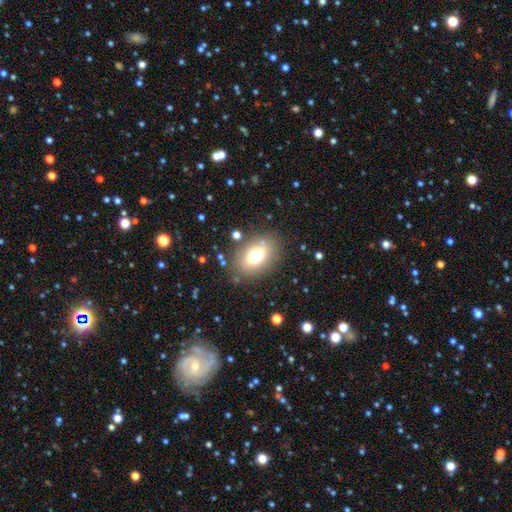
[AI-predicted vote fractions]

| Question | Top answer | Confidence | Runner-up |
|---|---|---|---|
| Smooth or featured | smooth | 74% | featured or disk (16%) |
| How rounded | in between | 84% | round (14%) |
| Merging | none | 80% | minor disturbance (12%) |